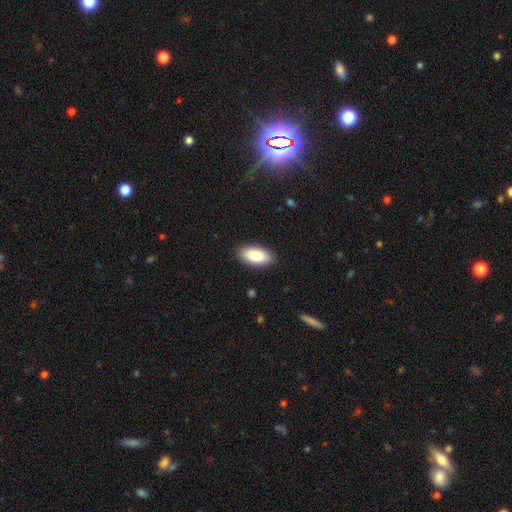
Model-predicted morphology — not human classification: Smooth or featured? smooth (89%)
How rounded? in between (92%)
Merging? none (89%)